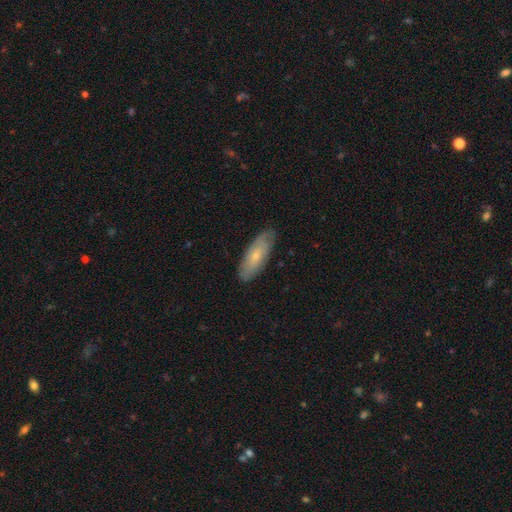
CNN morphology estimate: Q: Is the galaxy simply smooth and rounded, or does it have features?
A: smooth — 59%.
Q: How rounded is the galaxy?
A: in between — 62%.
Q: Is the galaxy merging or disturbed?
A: none — 82%.